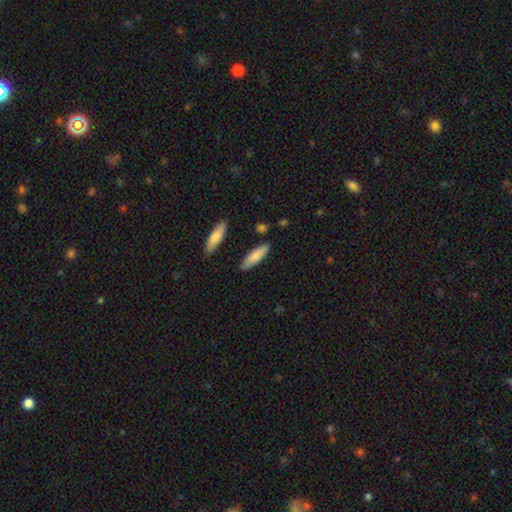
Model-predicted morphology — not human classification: Smooth or featured? Predicted: smooth (p=0.83). How rounded? Predicted: cigar-shaped (p=0.57). Merging? Predicted: none (p=0.85).